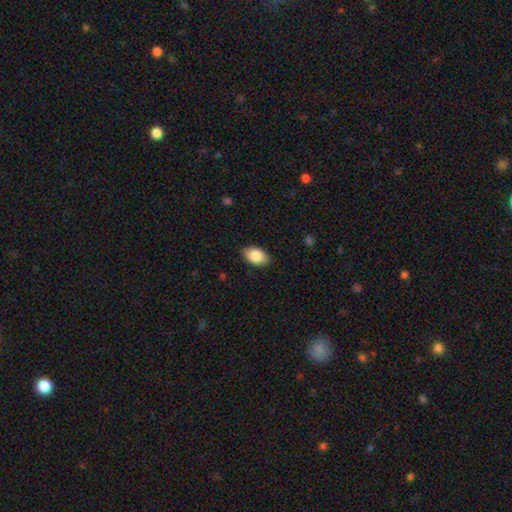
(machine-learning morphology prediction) Smooth or featured?
  - smooth: 86% *
  - featured or disk: 7%
  - star or artifact: 7%
How rounded?
  - in between: 90% *
  - round: 9%
  - cigar-shaped: 1%
Merging?
  - none: 84% *
  - minor disturbance: 12%
  - major disturbance: 2%
  - merger: 1%